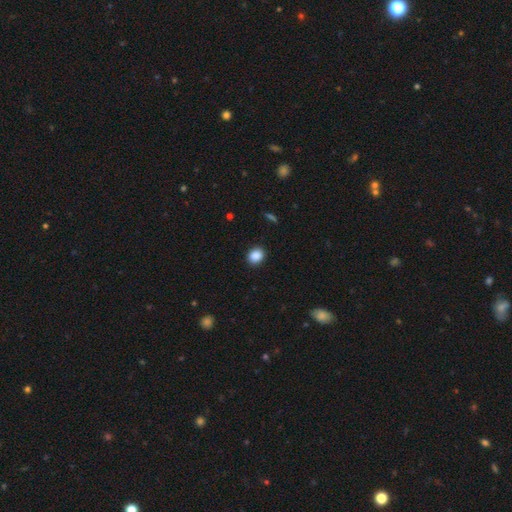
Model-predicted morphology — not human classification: Smooth or featured? Predicted: smooth (p=0.88). How rounded? Predicted: round (p=0.63). Merging? Predicted: none (p=0.91).